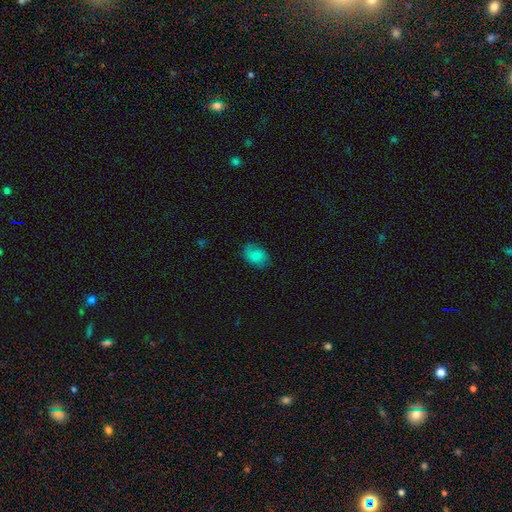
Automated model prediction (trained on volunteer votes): This appears to be a smooth galaxy with no disk features (80%) that is in between round and cigar-shaped (80%). Merging: none (71%).